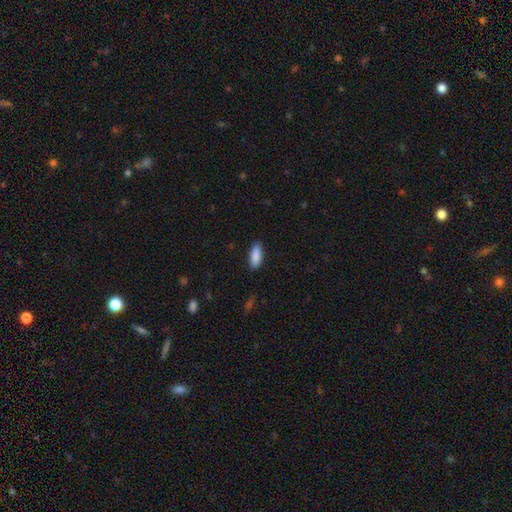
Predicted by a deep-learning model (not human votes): This appears to be a smooth galaxy with no disk features (88%) that is in between round and cigar-shaped (73%). Merging: none (88%).